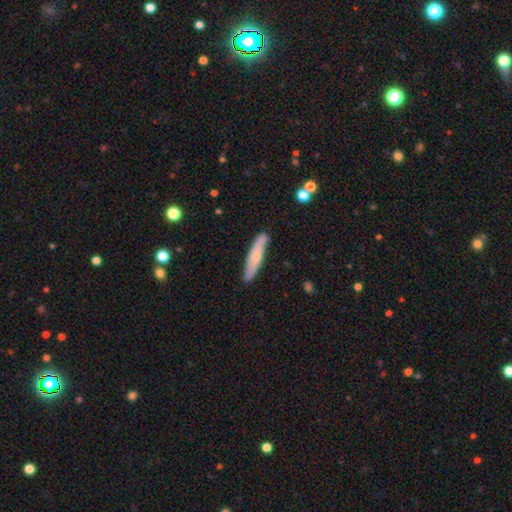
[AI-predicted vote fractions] Morphology: type=smooth (62%); roundness=cigar-shaped (86%); merging=none (84%).